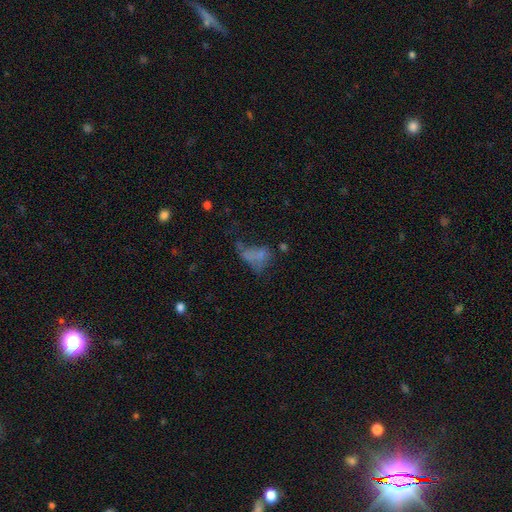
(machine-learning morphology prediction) Smooth or featured? smooth (50%)
Merging? major disturbance (41%)